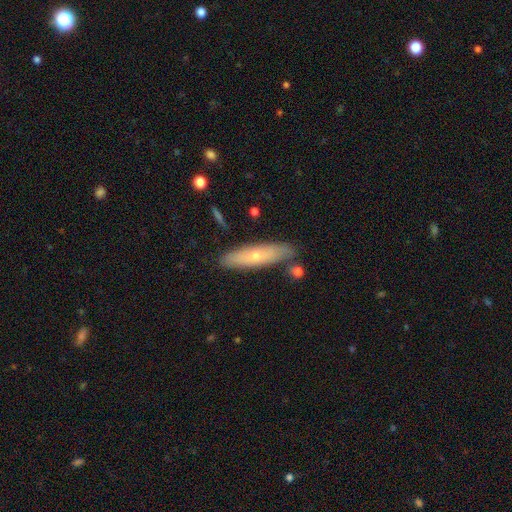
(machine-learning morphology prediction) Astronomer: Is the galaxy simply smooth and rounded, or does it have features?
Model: smooth — 56% (runner-up: featured or disk, 37%).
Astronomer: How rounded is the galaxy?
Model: cigar-shaped — 73%.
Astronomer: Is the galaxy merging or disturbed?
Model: none — 82%.